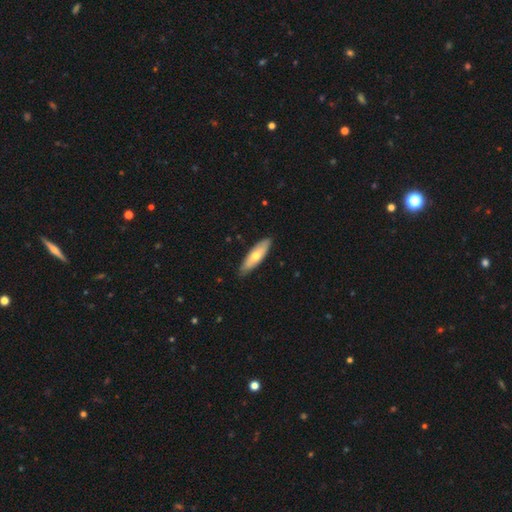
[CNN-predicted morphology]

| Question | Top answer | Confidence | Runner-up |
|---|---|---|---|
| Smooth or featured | smooth | 61% | featured or disk (34%) |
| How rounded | in between | 50% | cigar-shaped (48%) |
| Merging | none | 85% | minor disturbance (12%) |